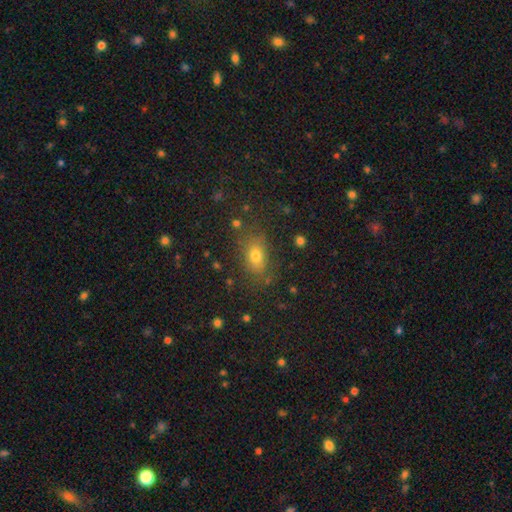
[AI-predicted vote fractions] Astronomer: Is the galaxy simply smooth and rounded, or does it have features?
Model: smooth — 71%.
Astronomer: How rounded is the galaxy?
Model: in between — 72%.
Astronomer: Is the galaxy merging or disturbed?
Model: none — 79%.